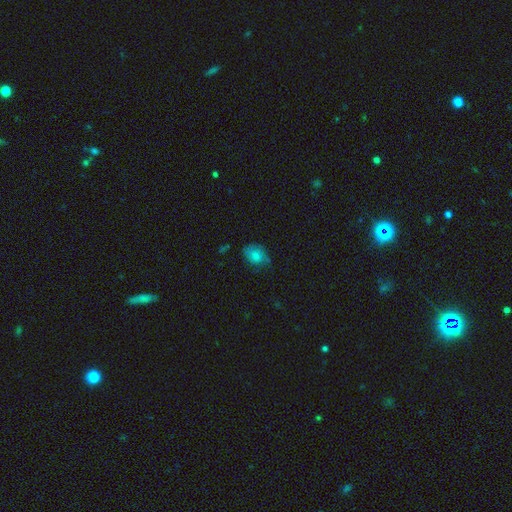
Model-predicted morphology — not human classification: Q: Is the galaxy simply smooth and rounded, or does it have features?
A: smooth — 71%.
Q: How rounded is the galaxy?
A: in between — 63%.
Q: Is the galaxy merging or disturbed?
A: none — 55%.